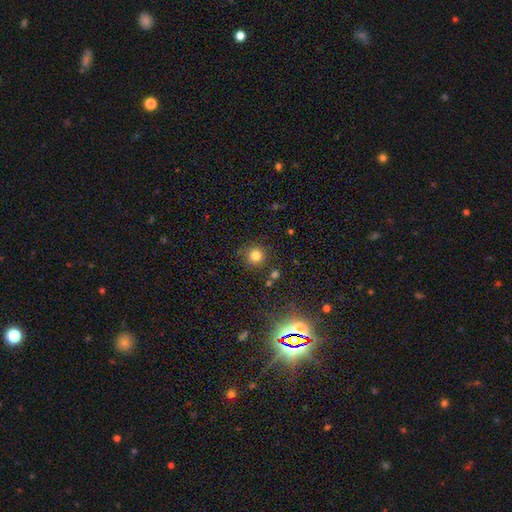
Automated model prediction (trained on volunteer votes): Smooth or featured? Predicted: smooth (p=0.79). How rounded? Predicted: round (p=0.93). Merging? Predicted: none (p=0.82).